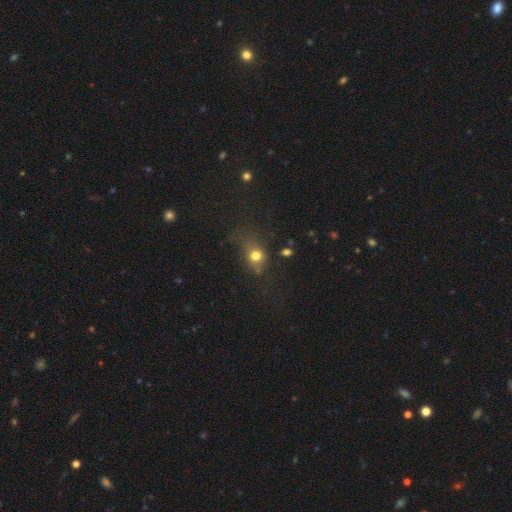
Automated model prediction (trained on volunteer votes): smooth-or-featured: smooth: 73% | star or artifact: 15% | featured or disk: 11%
  how-rounded: round: 59% | in between: 39% | cigar-shaped: 2%
  merging: none: 51% | minor disturbance: 25% | major disturbance: 20% | merger: 4%